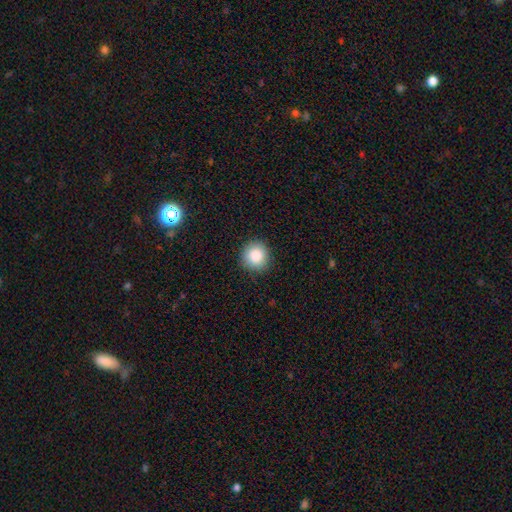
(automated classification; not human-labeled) Smooth or featured: smooth — 87% (star or artifact — 9%)
How rounded: round — 91% (in between — 8%)
Merging: none — 89% (minor disturbance — 8%)